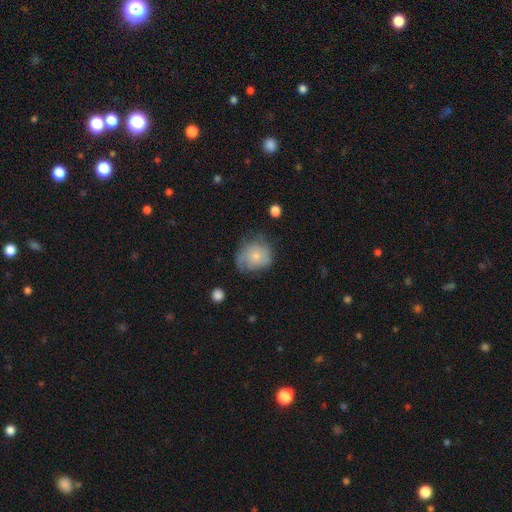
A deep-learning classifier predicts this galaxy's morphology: Overall: smooth (64%; featured or disk 28%). How rounded: round (80%). Merging: none (53%; minor disturbance 31%).